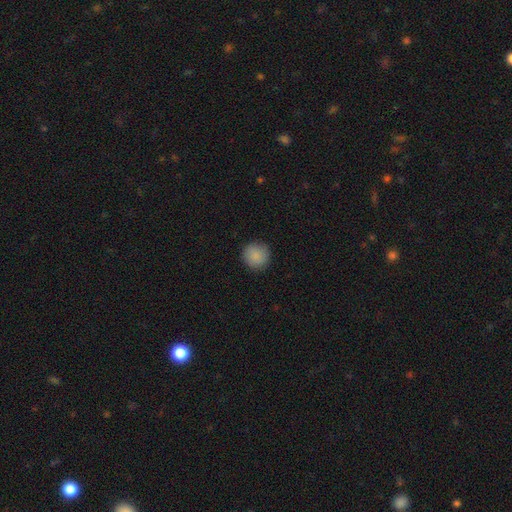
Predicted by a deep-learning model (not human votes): Smooth or featured? smooth (88%)
How rounded? round (94%)
Merging? none (89%)